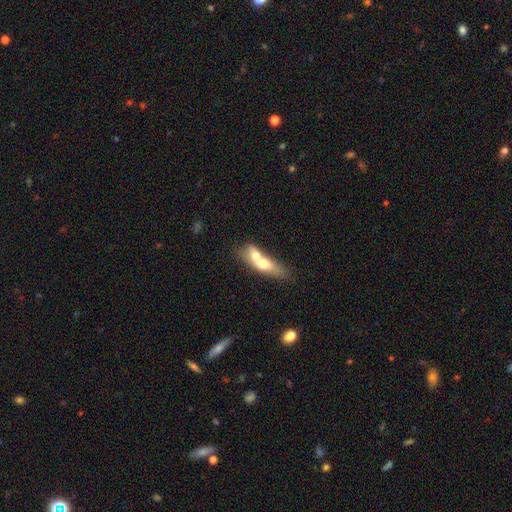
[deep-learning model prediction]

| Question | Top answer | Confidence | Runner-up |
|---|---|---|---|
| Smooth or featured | smooth | 56% | featured or disk (37%) |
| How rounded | in between | 53% | cigar-shaped (36%) |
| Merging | merger | 66% | none (21%) |